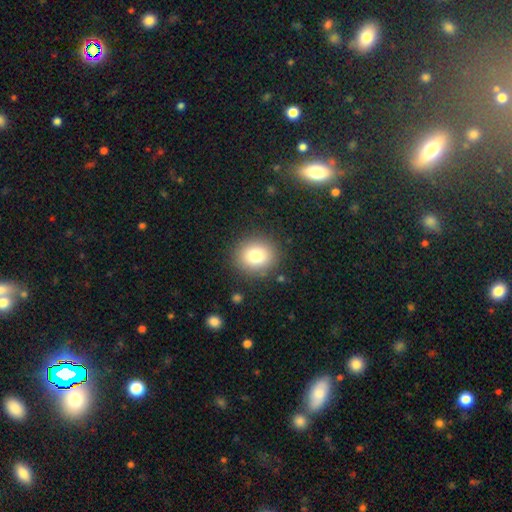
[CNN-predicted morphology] smooth-or-featured: smooth: 78% | star or artifact: 12% | featured or disk: 10%
  how-rounded: round: 80% | in between: 19% | cigar-shaped: 1%
  merging: none: 88% | minor disturbance: 8% | major disturbance: 3% | merger: 2%